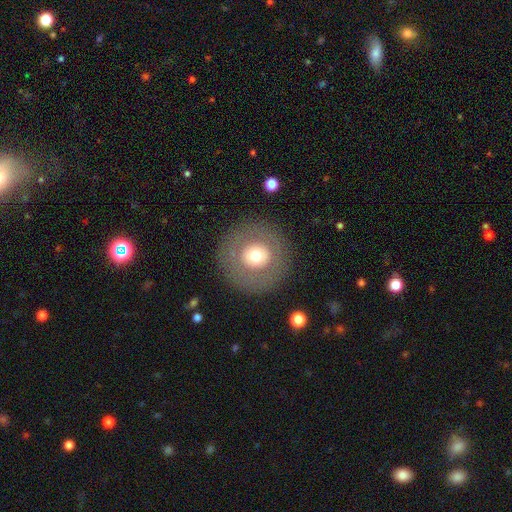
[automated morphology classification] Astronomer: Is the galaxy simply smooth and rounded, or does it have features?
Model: smooth — 60%.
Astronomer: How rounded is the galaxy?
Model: round — 96%.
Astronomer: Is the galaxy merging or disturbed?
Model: none — 87%.